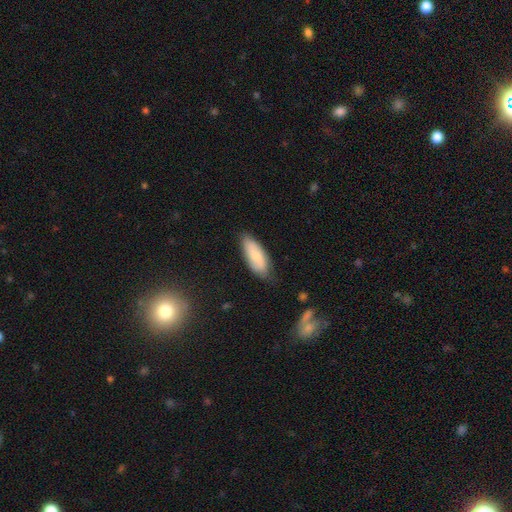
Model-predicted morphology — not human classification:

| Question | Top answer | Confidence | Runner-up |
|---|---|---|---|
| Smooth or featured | smooth | 69% | featured or disk (25%) |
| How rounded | in between | 80% | cigar-shaped (18%) |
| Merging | none | 72% | minor disturbance (23%) |